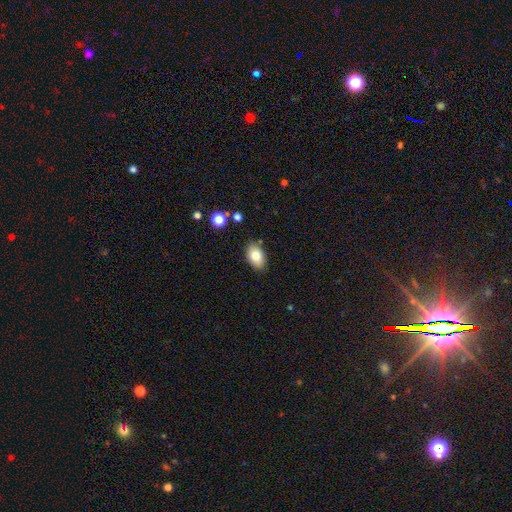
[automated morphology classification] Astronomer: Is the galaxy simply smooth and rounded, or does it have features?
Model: smooth — 80%.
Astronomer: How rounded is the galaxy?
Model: in between — 88%.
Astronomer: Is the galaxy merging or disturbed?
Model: none — 84%.